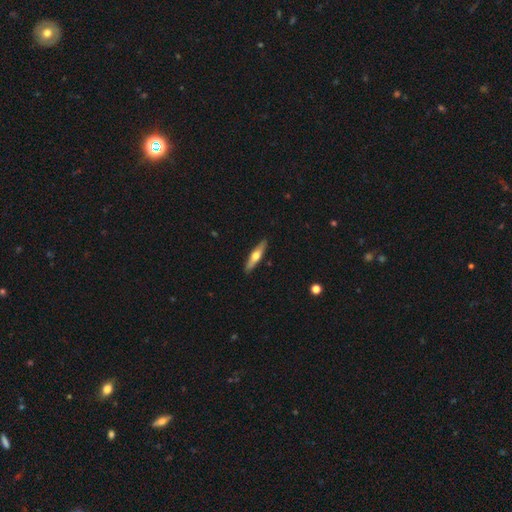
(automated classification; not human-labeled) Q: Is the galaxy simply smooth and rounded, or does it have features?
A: featured or disk — 53%.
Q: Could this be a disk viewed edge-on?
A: yes — 92%.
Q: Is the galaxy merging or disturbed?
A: none — 90%.